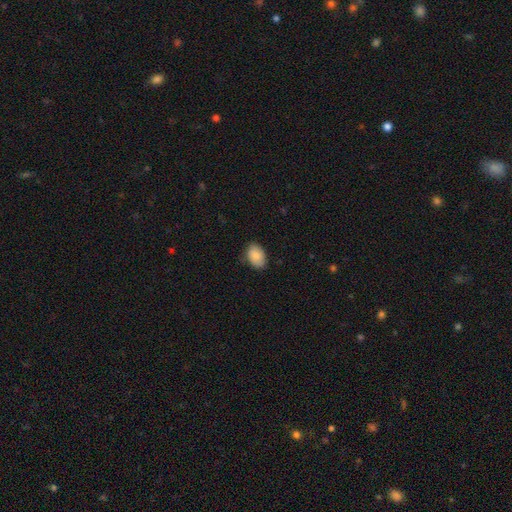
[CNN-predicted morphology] Smooth or featured: smooth — 85% (featured or disk — 8%)
How rounded: in between — 85% (round — 14%)
Merging: none — 80% (minor disturbance — 16%)